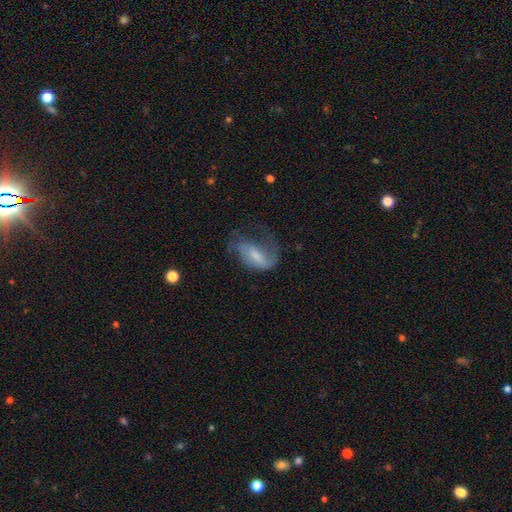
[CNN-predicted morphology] smooth-or-featured: featured or disk: 58% | smooth: 34% | star or artifact: 8%
  disk-edge-on: no: 95% | yes: 5%
    bar: weak: 45% | no: 32% | strong: 23%
    has-spiral-arms: yes: 77% | no: 23%
    bulge-size: small: 33% | moderate: 32% | none: 25% | large: 8% | dominant: 2%
  merging: major disturbance: 42% | none: 32% | minor disturbance: 23% | merger: 2%